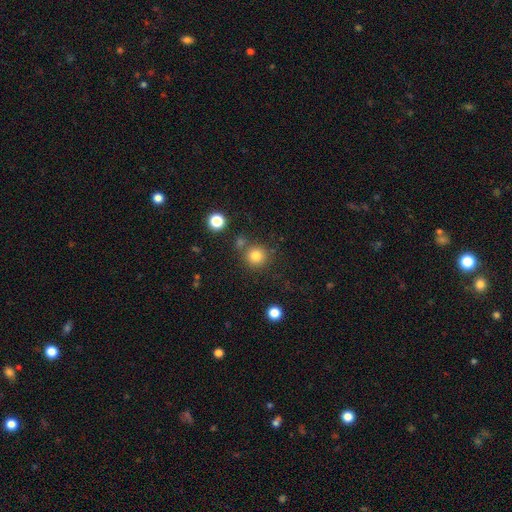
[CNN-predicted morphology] Smooth or featured?
  - smooth: 81% *
  - star or artifact: 13%
  - featured or disk: 6%
How rounded?
  - round: 93% *
  - in between: 6%
  - cigar-shaped: 1%
Merging?
  - none: 77% *
  - merger: 11%
  - minor disturbance: 8%
  - major disturbance: 3%